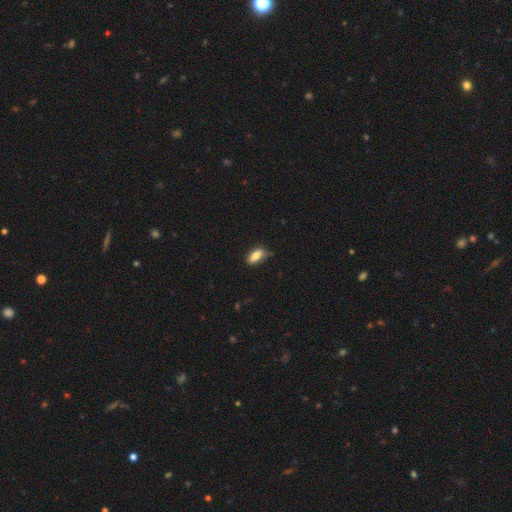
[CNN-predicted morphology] A smooth galaxy with no disk features (76%) that is in between round and cigar-shaped (86%).

Vote fractions:
- Smooth or featured? smooth: 76% / featured or disk: 16% / star or artifact: 8%
- How rounded? in between: 86% / cigar-shaped: 10% / round: 4%
- Merging? none: 62% / minor disturbance: 30% / major disturbance: 6% / merger: 3%